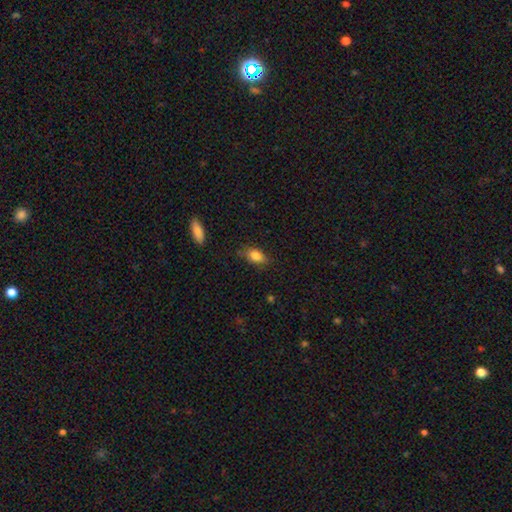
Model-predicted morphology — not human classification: smooth-or-featured: smooth: 83% | featured or disk: 9% | star or artifact: 8%
  how-rounded: in between: 85% | round: 10% | cigar-shaped: 5%
  merging: none: 77% | minor disturbance: 18% | major disturbance: 3% | merger: 2%